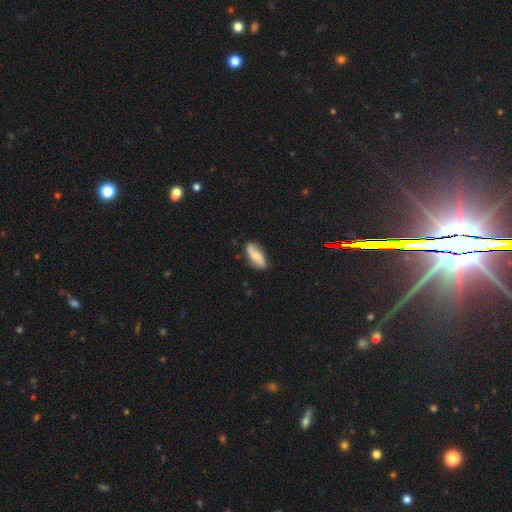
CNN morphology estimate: Smooth or featured? Predicted: smooth (p=0.61). How rounded? Predicted: in between (p=0.77). Merging? Predicted: none (p=0.82).